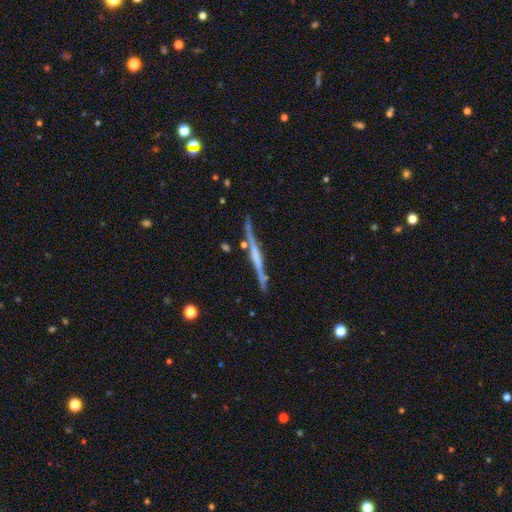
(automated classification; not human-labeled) Overall: featured or disk (73%). Edge-on disk: yes (97%). Edge-on bulge: none (48%; rounded 28%). Merging: none (83%).